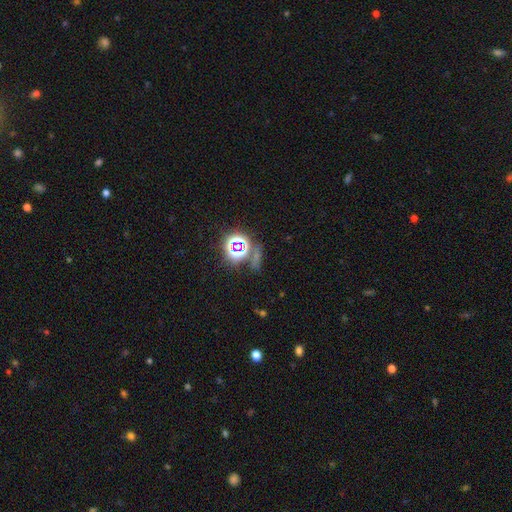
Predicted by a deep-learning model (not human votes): Smooth or featured? Predicted: star or artifact (p=0.72).